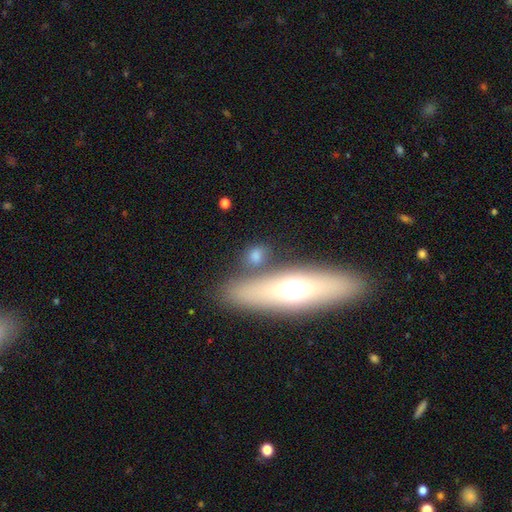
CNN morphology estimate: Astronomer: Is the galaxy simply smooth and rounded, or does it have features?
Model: smooth — 67%.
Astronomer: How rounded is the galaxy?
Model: in between — 57%.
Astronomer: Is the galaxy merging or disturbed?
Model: none — 63%.